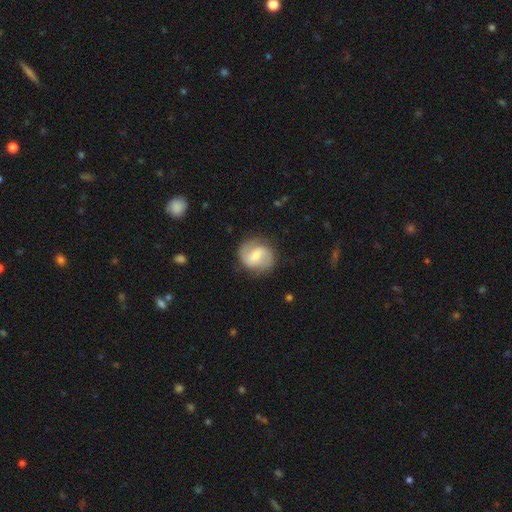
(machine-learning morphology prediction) smooth-or-featured: featured or disk: 68% | smooth: 26% | star or artifact: 6%
  disk-edge-on: no: 98% | yes: 2%
    bar: weak: 50% | no: 28% | strong: 22%
    has-spiral-arms: yes: 89% | no: 11%
      spiral-winding: medium: 46% | loose: 33% | tight: 21%
      spiral-arm-count: 2: 89% | can't tell: 5% | 1: 2% | 3: 1% | 4: 1% | more than 4: 1%
    bulge-size: small: 48% | moderate: 45% | large: 3% | none: 3% | dominant: 1%
  merging: none: 83% | minor disturbance: 12% | major disturbance: 4% | merger: 1%